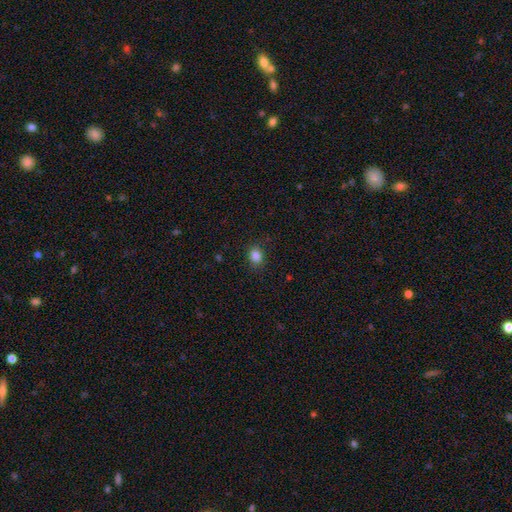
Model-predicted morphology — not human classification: type=smooth (85%); roundness=round (53%); merging=none (85%).